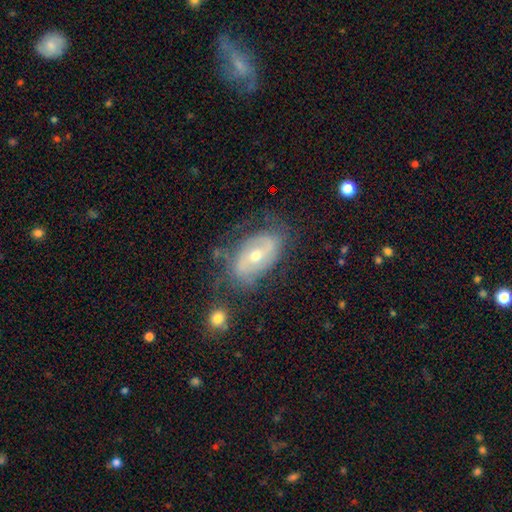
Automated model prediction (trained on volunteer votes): Overall: featured or disk (76%). Edge-on disk: no (94%). Bar: no (42%; weak 40%). Spiral arms: yes (82%). Spiral arm count: 2 (65%). Spiral winding: medium (40%; tight 39%). Bulge size: moderate (58%; small 39%). Merging: none (64%).